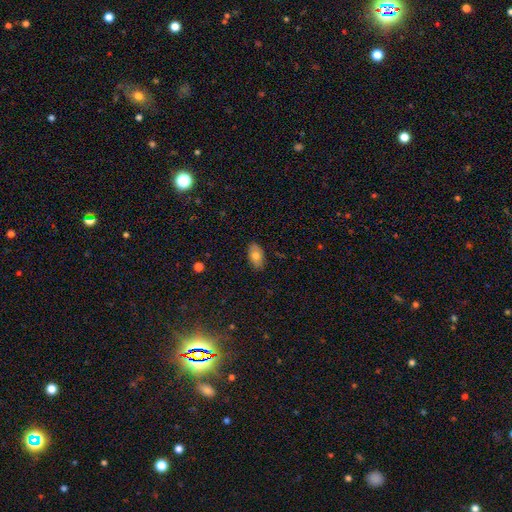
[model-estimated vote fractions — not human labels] Overall: smooth (74%). How rounded: in between (93%). Merging: none (86%).